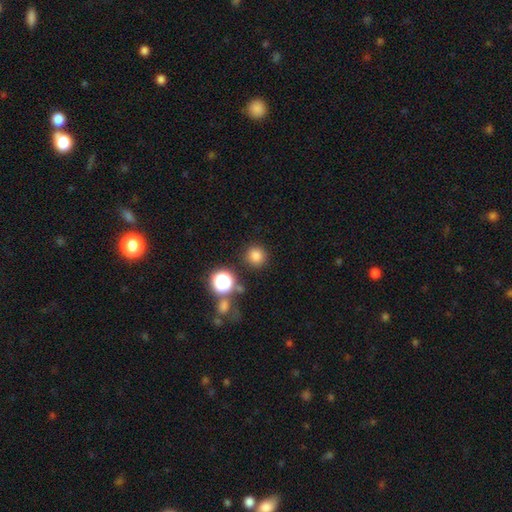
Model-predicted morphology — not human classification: A smooth galaxy with no disk features (79%) that is round (94%). Merging: none (86%).